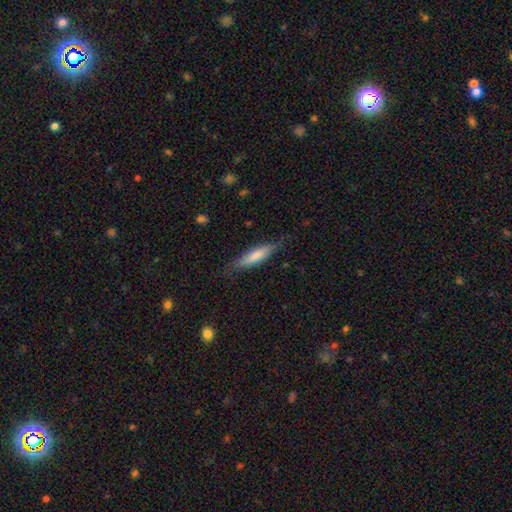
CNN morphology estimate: This appears to be a smooth galaxy with no disk features (71%) that is cigar-shaped (73%). Merging: none (78%).